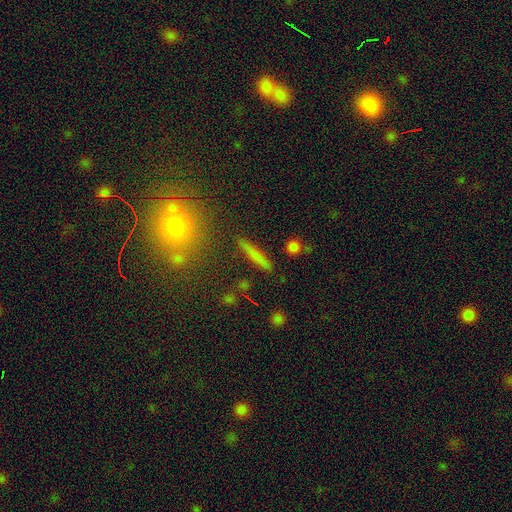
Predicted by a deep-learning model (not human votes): Smooth or featured? Predicted: smooth (p=0.65). How rounded? Predicted: cigar-shaped (p=0.89). Merging? Predicted: none (p=0.87).